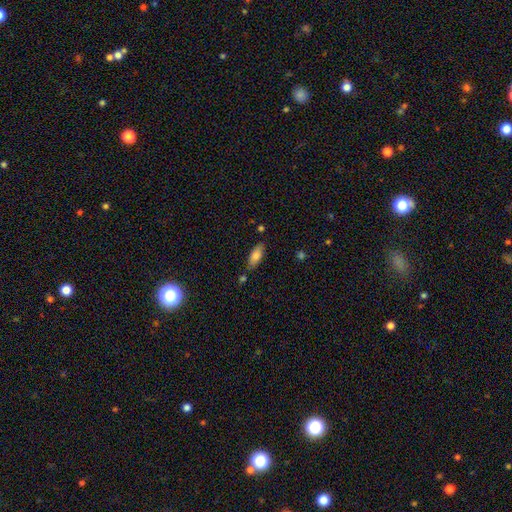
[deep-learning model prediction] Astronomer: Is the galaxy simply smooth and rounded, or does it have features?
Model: smooth — 79%.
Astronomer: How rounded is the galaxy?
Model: in between — 73%.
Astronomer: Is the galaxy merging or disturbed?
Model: none — 75%.